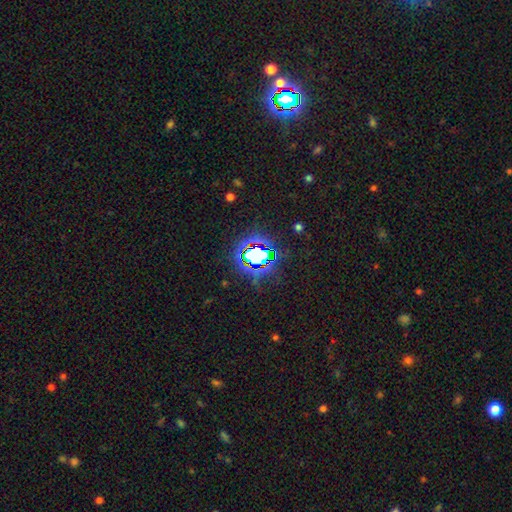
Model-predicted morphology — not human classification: star or artifact 71%, smooth 17%, featured or disk 12%.